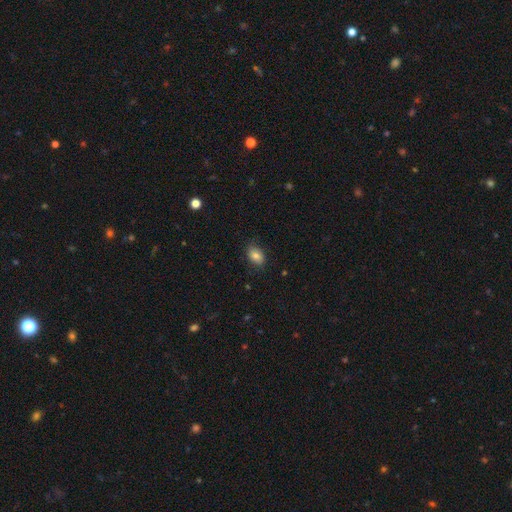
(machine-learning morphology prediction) smooth-or-featured: smooth: 81% | featured or disk: 10% | star or artifact: 9%
  how-rounded: in between: 83% | round: 15% | cigar-shaped: 1%
  merging: none: 79% | minor disturbance: 16% | major disturbance: 4% | merger: 1%